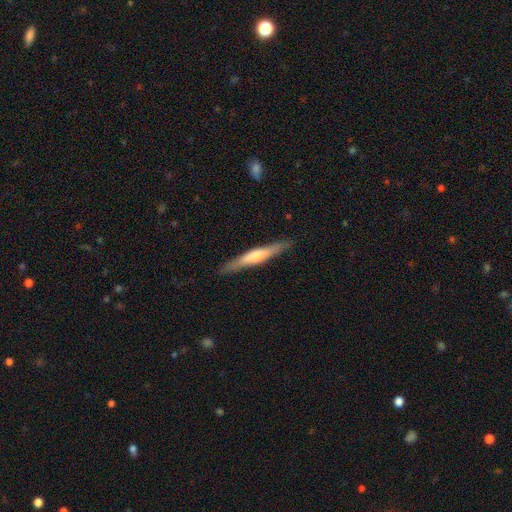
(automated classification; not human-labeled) Smooth or featured? featured or disk (60%)
Edge-on disk? yes (96%)
Edge-on bulge? rounded (70%)
Merging? none (89%)